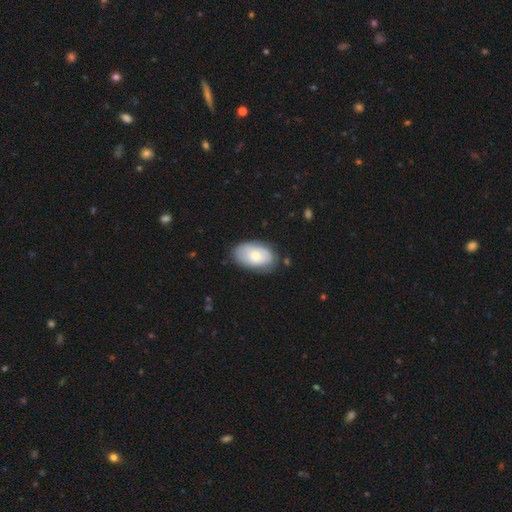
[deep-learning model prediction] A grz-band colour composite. It shows a smooth galaxy with no disk features (61%) that is in between round and cigar-shaped (92%). Merging: none (74%).